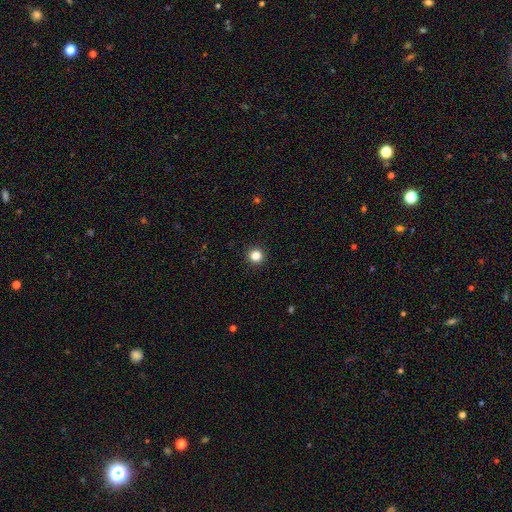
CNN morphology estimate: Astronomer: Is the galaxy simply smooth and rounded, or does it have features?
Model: smooth — 84%.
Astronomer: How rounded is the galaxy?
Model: round — 95%.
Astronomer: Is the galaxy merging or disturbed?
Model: none — 93%.